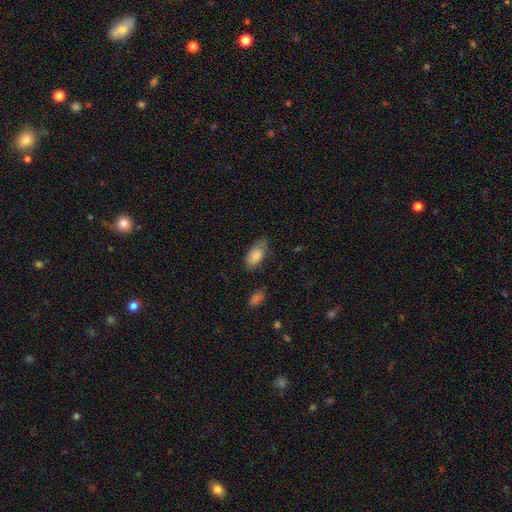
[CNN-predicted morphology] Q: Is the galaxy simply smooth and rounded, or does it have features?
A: smooth — 82%.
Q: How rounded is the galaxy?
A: in between — 92%.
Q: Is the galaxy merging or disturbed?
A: none — 59%.